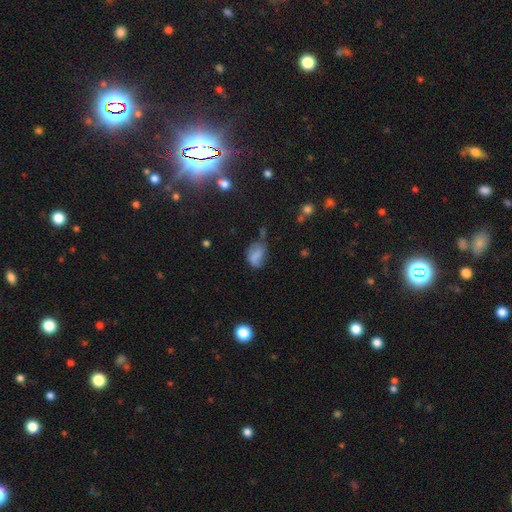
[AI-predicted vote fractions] A smooth galaxy with no disk features (66%) that is in between round and cigar-shaped (76%).

Vote fractions:
- Smooth or featured? smooth: 66% / featured or disk: 22% / star or artifact: 13%
- How rounded? in between: 76% / round: 22% / cigar-shaped: 2%
- Merging? none: 39% / minor disturbance: 36% / major disturbance: 18% / merger: 7%